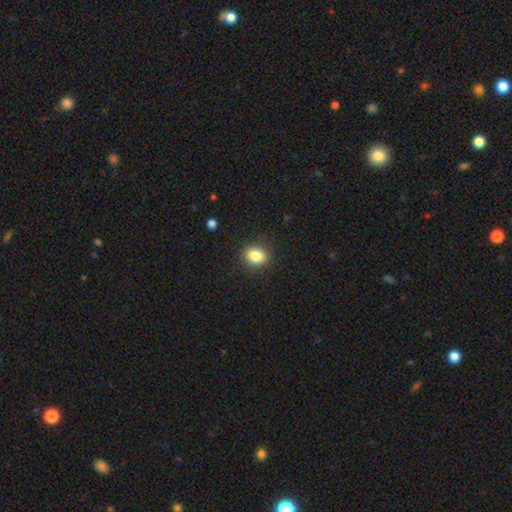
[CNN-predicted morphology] A smooth galaxy with no disk features (84%) that is round (50%).

Vote fractions:
- Smooth or featured? smooth: 84% / star or artifact: 10% / featured or disk: 6%
- How rounded? round: 50% / in between: 49% / cigar-shaped: 1%
- Merging? none: 88% / minor disturbance: 8% / major disturbance: 3% / merger: 1%